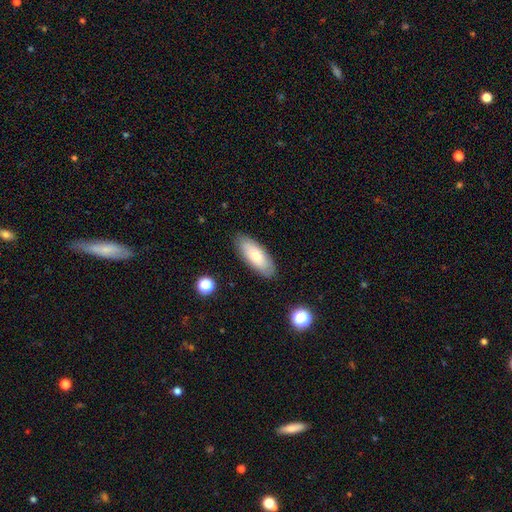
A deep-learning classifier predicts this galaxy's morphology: smooth_or_featured: smooth (p=0.70) [alt: featured or disk p=0.24]
how_rounded: in between (p=0.79) [alt: cigar-shaped p=0.19]
merging: none (p=0.86) [alt: minor disturbance p=0.10]